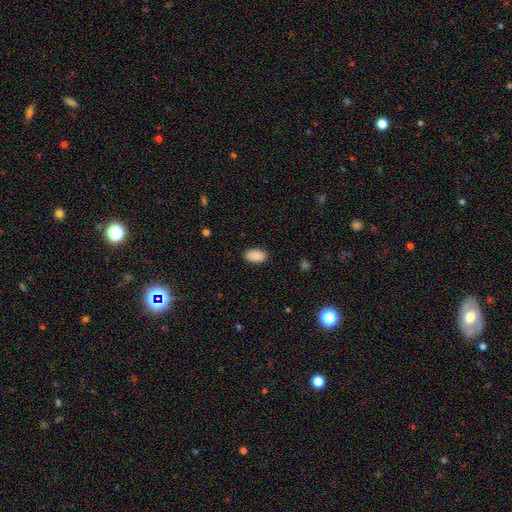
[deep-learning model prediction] The model was most divided on "merging": none: 88%, minor disturbance: 9%, major disturbance: 2%, merger: 1%. More confident: how rounded — in between (94%); smooth or featured — smooth (87%).